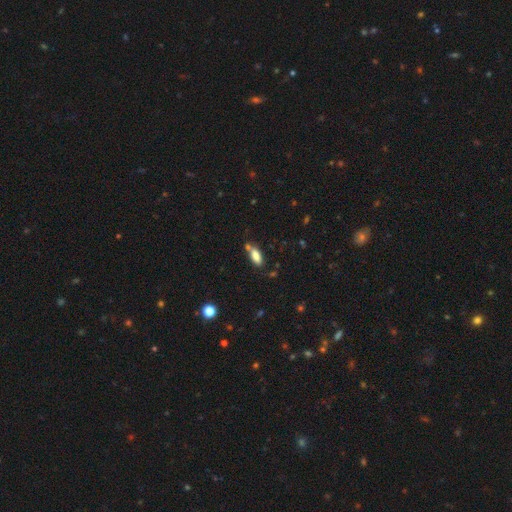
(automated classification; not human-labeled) This is clearly a smooth galaxy (83%). How rounded: likely in between (80%). Merging: likely none (65%).